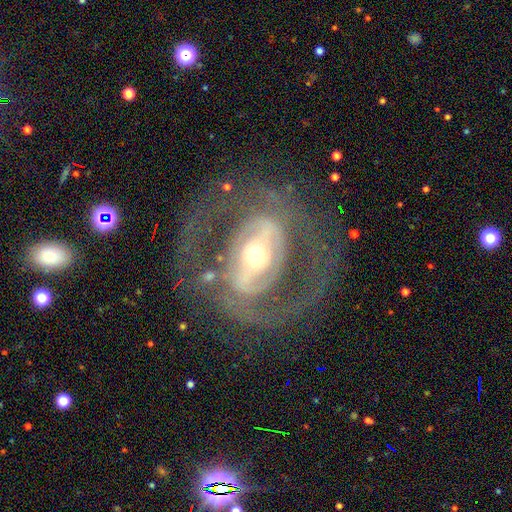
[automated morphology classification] Smooth or featured: featured or disk — 83% (smooth — 11%)
Edge-on disk: no — 94% (yes — 6%)
Bar: strong — 46% (weak — 28%)
Spiral arms: yes — 69% (no — 31%)
Spiral winding: medium — 44% (tight — 37%)
Spiral arm count: 2 — 72% (can't tell — 16%)
Bulge size: moderate — 53% (small — 35%)
Merging: none — 66% (major disturbance — 18%)